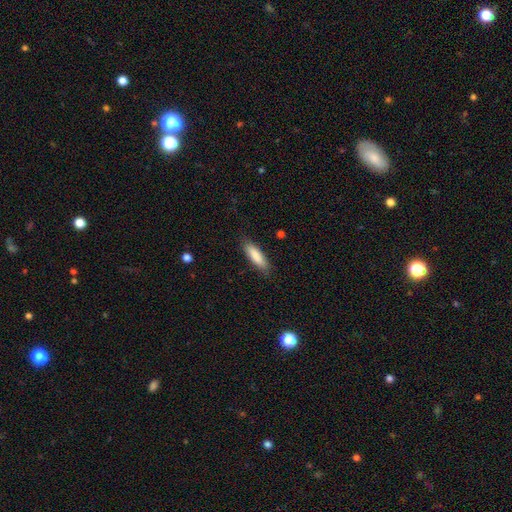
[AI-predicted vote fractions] Smooth or featured? Predicted: smooth (p=0.86). How rounded? Predicted: cigar-shaped (p=0.63). Merging? Predicted: none (p=0.86).